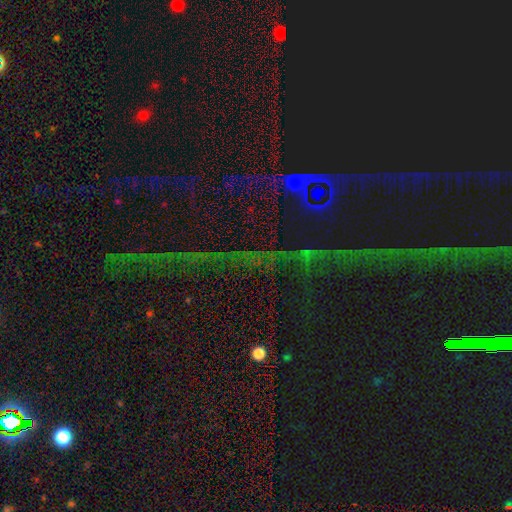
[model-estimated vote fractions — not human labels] Smooth or featured?
  - star or artifact: 76% *
  - featured or disk: 13%
  - smooth: 11%